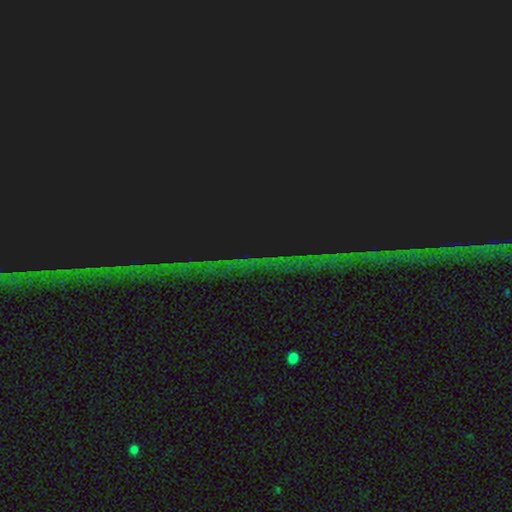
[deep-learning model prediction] Overall: star or artifact (85%).